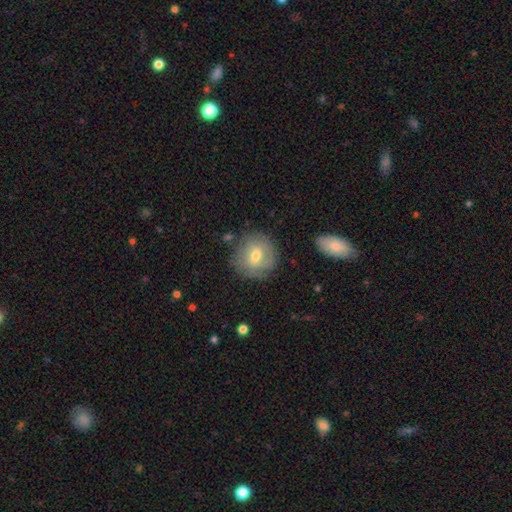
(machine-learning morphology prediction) type=smooth (56%); roundness=round (88%); merging=none (77%).